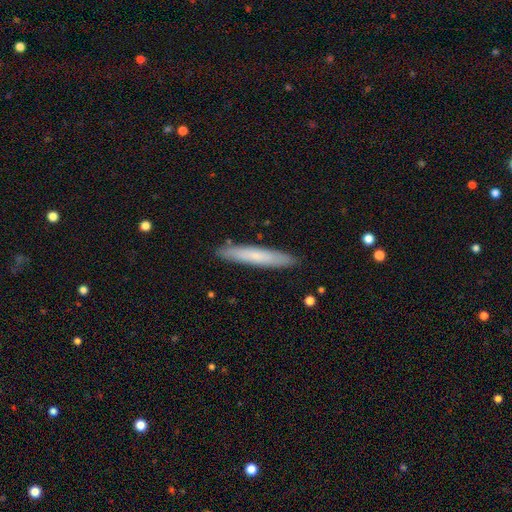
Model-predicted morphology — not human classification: A smooth galaxy with no disk features (69%) that is cigar-shaped (94%). Merging: none (90%).